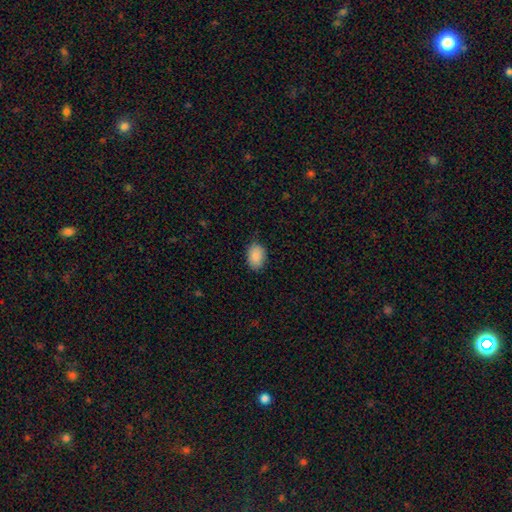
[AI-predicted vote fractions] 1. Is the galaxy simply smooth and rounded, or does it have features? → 89% smooth, 7% star or artifact, 4% featured or disk.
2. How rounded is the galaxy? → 82% in between, 16% round, 1% cigar-shaped.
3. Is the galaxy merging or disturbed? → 82% none, 15% minor disturbance, 3% major disturbance, 1% merger.